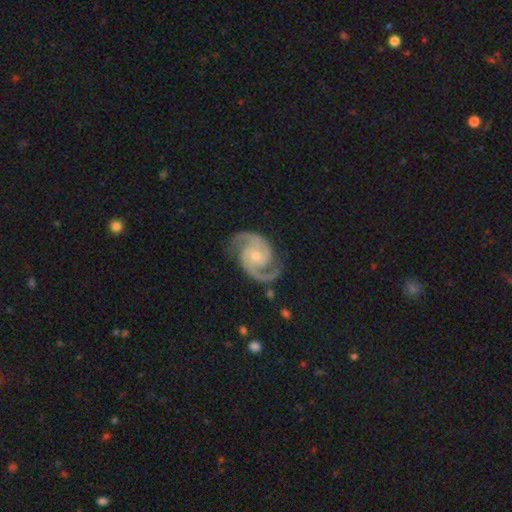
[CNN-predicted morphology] Smooth or featured? featured or disk (94%)
Edge-on disk? no (98%)
Bar? no (64%)
Spiral arms? yes (99%)
Spiral winding? medium (58%)
Spiral arm count? 2 (94%)
Bulge size? small (55%)
Merging? none (83%)